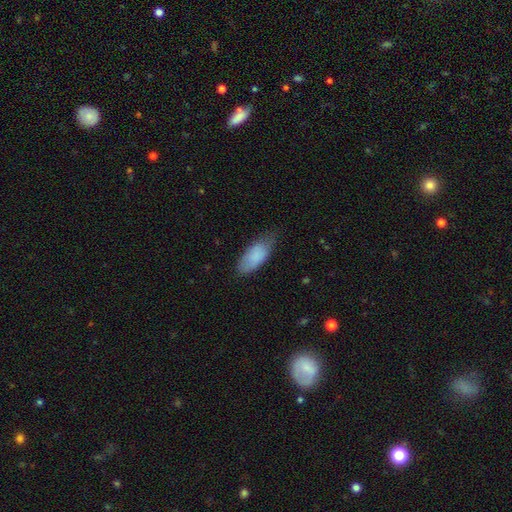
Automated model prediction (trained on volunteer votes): A smooth galaxy with no disk features (85%) that is in between round and cigar-shaped (86%). Merging: none (58%).